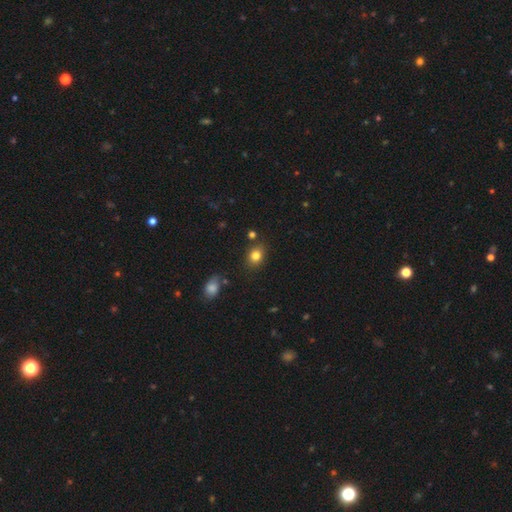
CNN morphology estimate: Q: Smooth or featured?
A: smooth (81%); runner-up: star or artifact (12%)
Q: How rounded?
A: in between (50%); runner-up: round (49%)
Q: Merging?
A: none (80%); runner-up: minor disturbance (12%)